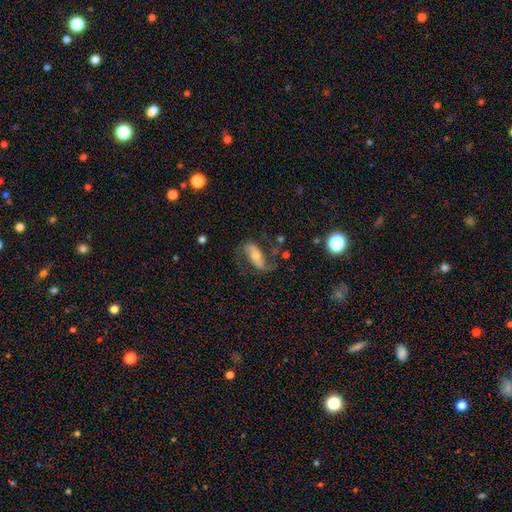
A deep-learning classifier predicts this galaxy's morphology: Smooth or featured: featured or disk — 72% (smooth — 20%)
Edge-on disk: no — 90% (yes — 10%)
Bar: strong — 36% (no — 35%)
Spiral arms: yes — 91% (no — 9%)
Spiral winding: loose — 50% (medium — 37%)
Spiral arm count: 2 — 89% (can't tell — 4%)
Bulge size: moderate — 55% (small — 34%)
Merging: none — 67% (minor disturbance — 17%)